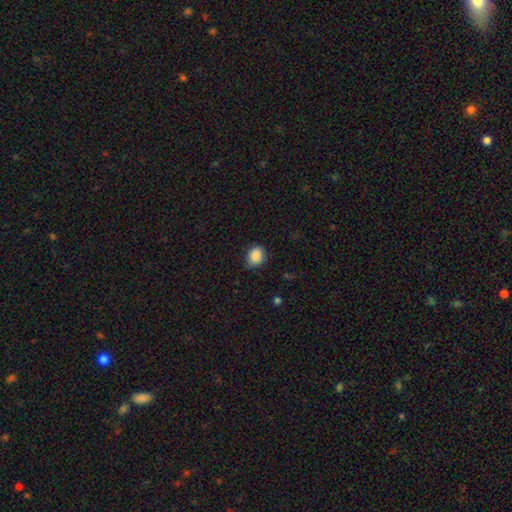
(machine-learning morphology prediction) This appears to be a smooth galaxy with no disk features (88%) that is round (50%). Merging: none (74%).